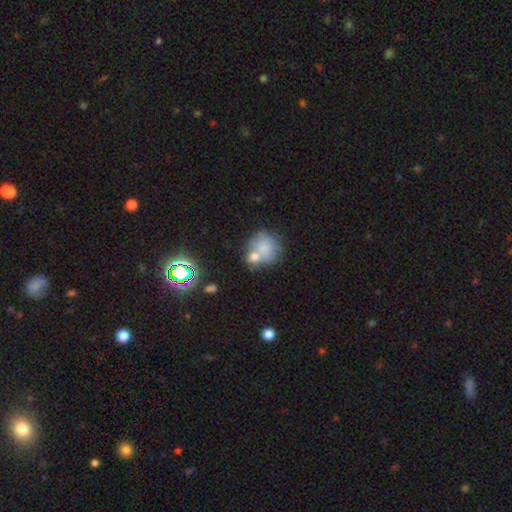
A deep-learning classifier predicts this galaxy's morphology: Smooth or featured? Predicted: smooth (p=0.67). How rounded? Predicted: round (p=0.82). Merging? Predicted: none (p=0.46).